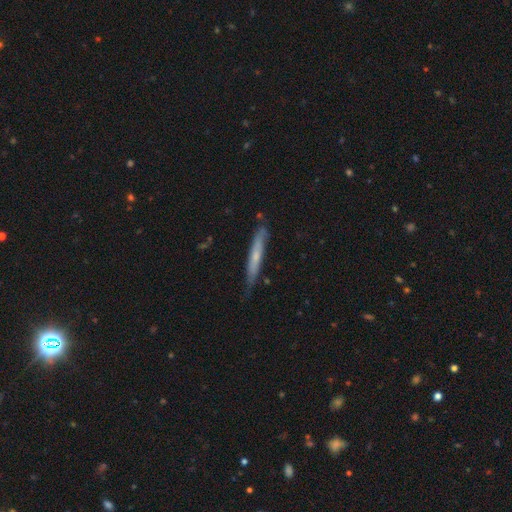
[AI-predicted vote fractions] A featured or disk galaxy (48%).

Vote fractions:
- Smooth or featured? featured or disk: 48% / smooth: 46% / star or artifact: 6%
- Merging? none: 73% / minor disturbance: 22% / major disturbance: 3% / merger: 2%